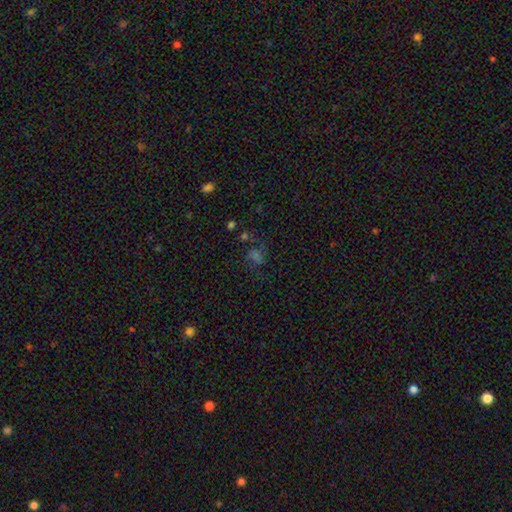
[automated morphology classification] A smooth galaxy with no disk features (39%, tied with star or artifact).

Vote fractions:
- Smooth or featured? smooth: 39% (tied) / star or artifact: 39% (tied) / featured or disk: 22%
- Merging? none: 55% / major disturbance: 19% / minor disturbance: 19% / merger: 7%